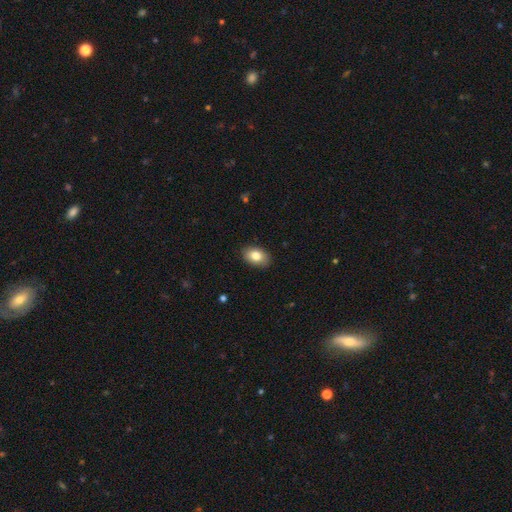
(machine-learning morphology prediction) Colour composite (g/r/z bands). It shows a smooth galaxy with no disk features (82%) that is in between round and cigar-shaped (84%). Merging: none (87%).